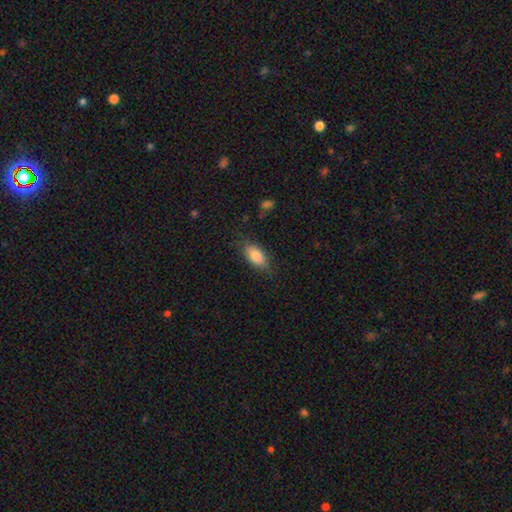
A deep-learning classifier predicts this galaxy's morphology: A smooth galaxy with no disk features (84%) that is in between round and cigar-shaped (86%). Merging: none (78%).